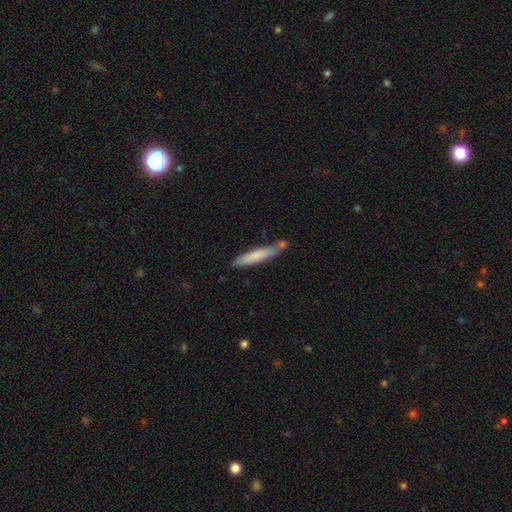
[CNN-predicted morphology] smooth_or_featured: smooth (p=0.70) [alt: featured or disk p=0.24]
how_rounded: cigar-shaped (p=0.92) [alt: in between p=0.07]
merging: none (p=0.67) [alt: minor disturbance p=0.19]